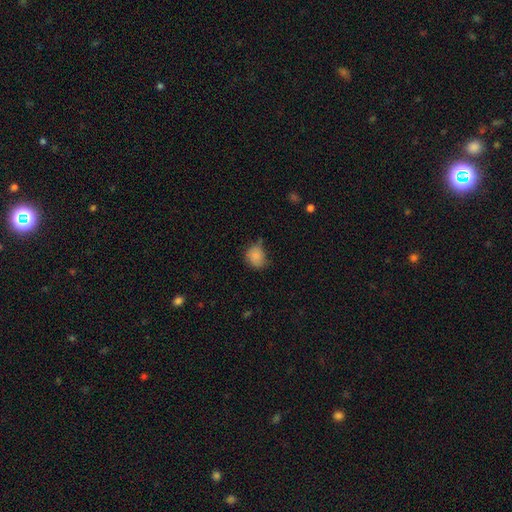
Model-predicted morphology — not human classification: A smooth galaxy with no disk features (82%) that is round (68%). Merging: none (51%).